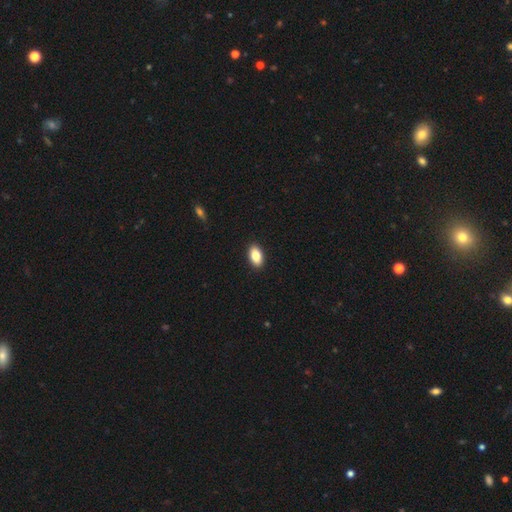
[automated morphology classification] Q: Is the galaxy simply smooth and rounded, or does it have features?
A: smooth — 85%.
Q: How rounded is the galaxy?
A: in between — 92%.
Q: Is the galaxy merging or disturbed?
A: none — 91%.